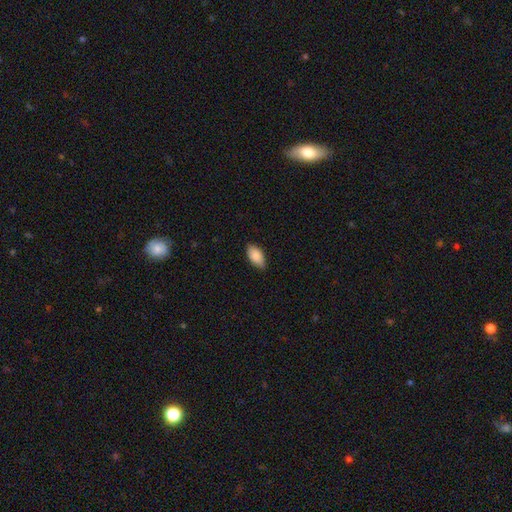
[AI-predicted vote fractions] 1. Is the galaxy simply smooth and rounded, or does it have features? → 88% smooth, 6% star or artifact, 5% featured or disk.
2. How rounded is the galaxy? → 94% in between, 4% cigar-shaped, 3% round.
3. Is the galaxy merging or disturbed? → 82% none, 15% minor disturbance, 2% major disturbance, 1% merger.